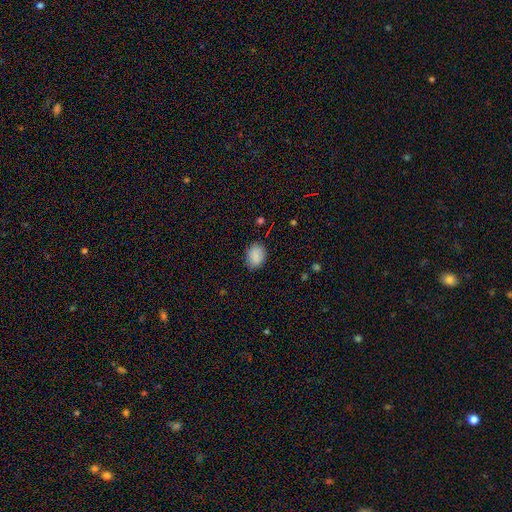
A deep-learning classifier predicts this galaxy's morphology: This is clearly a smooth galaxy (88%). How rounded: likely in between (70%). Merging: likely none (79%).